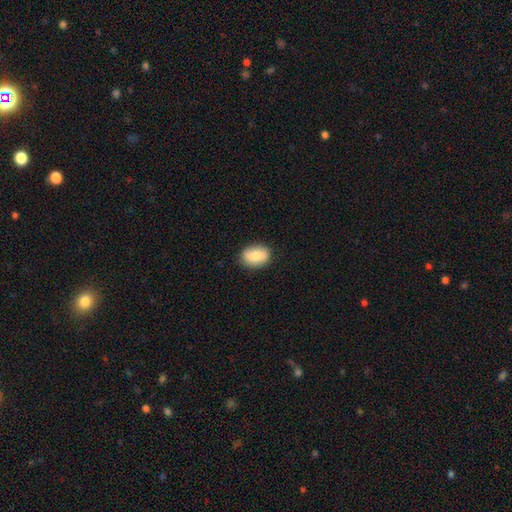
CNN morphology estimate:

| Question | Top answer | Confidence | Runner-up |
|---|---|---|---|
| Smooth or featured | smooth | 75% | featured or disk (18%) |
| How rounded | in between | 75% | round (24%) |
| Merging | none | 86% | minor disturbance (11%) |